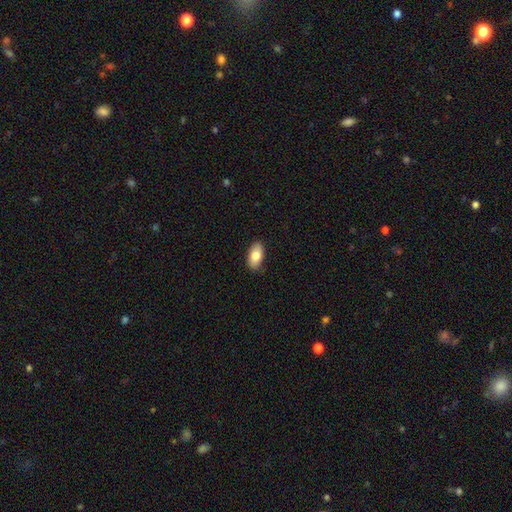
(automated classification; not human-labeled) Overall: smooth (82%). How rounded: in between (93%). Merging: none (86%).